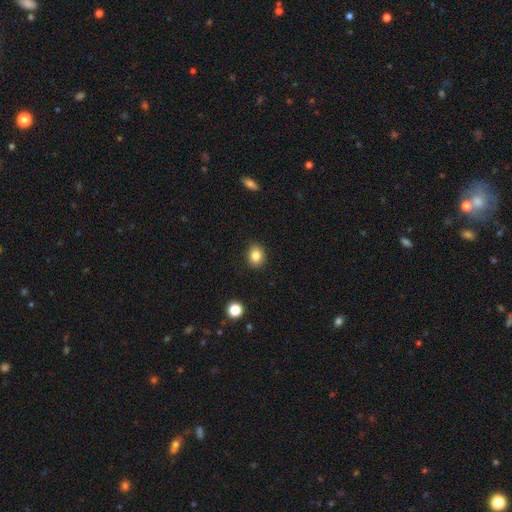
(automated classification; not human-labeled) Q: Smooth or featured?
A: smooth (84%); runner-up: star or artifact (10%)
Q: How rounded?
A: round (59%); runner-up: in between (40%)
Q: Merging?
A: none (89%); runner-up: minor disturbance (8%)